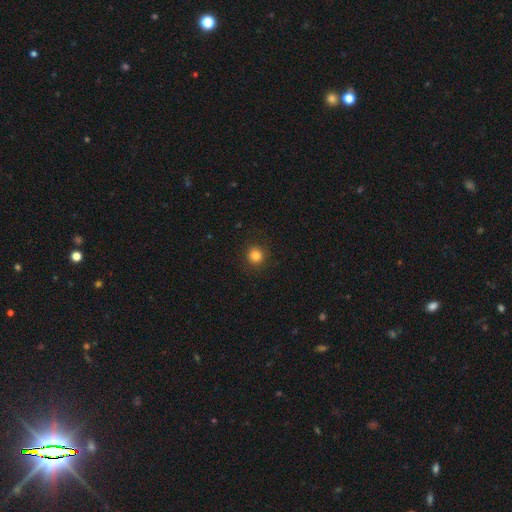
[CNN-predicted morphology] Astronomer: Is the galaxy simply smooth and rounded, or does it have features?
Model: smooth — 83%.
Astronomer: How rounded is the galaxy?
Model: round — 94%.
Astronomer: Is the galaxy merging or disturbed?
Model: none — 91%.